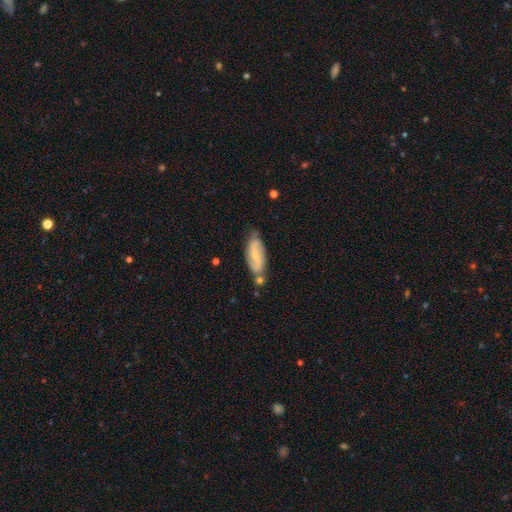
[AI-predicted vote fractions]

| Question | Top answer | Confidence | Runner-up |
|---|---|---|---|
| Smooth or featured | featured or disk | 67% | smooth (27%) |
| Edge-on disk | no | 92% | yes (8%) |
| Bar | weak | 48% | no (29%) |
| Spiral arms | yes | 92% | no (8%) |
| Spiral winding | medium | 43% | loose (36%) |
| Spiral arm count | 2 | 88% | can't tell (7%) |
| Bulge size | small | 62% | moderate (22%) |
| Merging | none | 67% | minor disturbance (19%) |